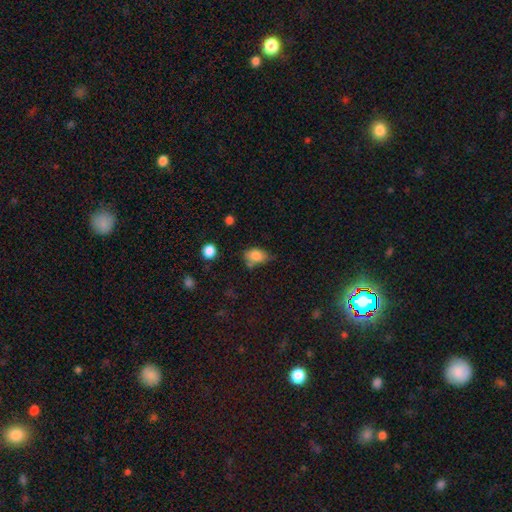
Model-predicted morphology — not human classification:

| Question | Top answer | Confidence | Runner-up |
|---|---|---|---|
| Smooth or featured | smooth | 81% | star or artifact (10%) |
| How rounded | in between | 75% | round (24%) |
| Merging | none | 46% | minor disturbance (36%) |